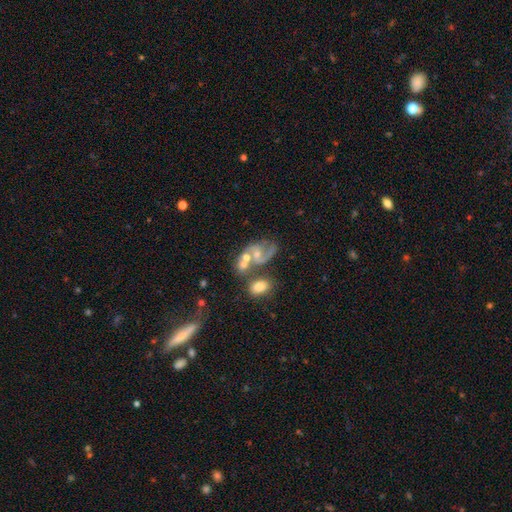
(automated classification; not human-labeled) smooth-or-featured: featured or disk: 73% | smooth: 16% | star or artifact: 11%
  disk-edge-on: no: 96% | yes: 4%
    bar: no: 56% | weak: 34% | strong: 10%
    has-spiral-arms: yes: 86% | no: 14%
      spiral-winding: medium: 46% | loose: 33% | tight: 21%
      spiral-arm-count: 2: 70% | can't tell: 12% | 1: 11% | 3: 4% | 4: 2% | more than 4: 2%
    bulge-size: small: 49% | moderate: 38% | none: 8% | large: 3% | dominant: 1%
  merging: merger: 37% | none: 34% | minor disturbance: 16% | major disturbance: 14%